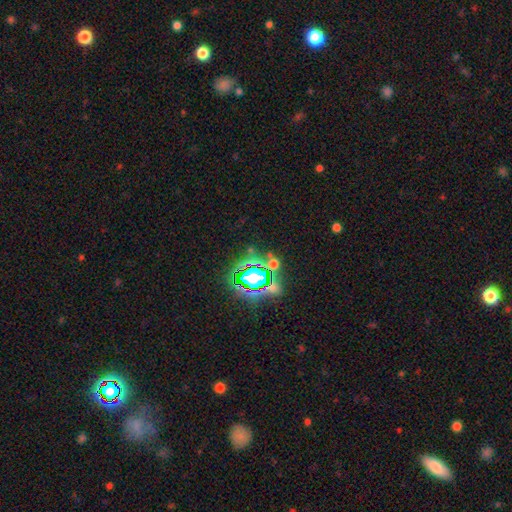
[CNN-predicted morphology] Smooth or featured? Predicted: star or artifact (p=0.79).